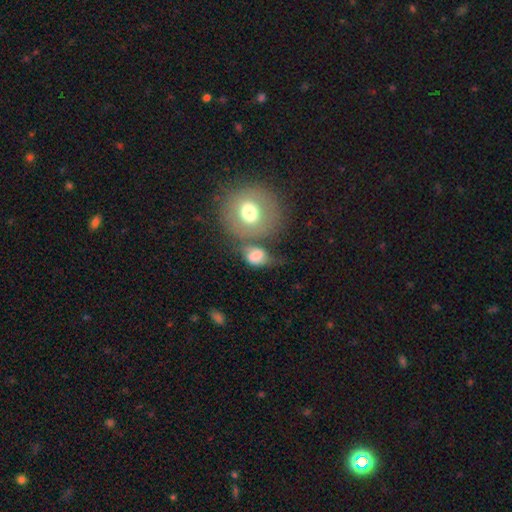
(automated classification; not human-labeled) Smooth or featured? Predicted: smooth (p=0.67). How rounded? Predicted: in between (p=0.61). Merging? Predicted: merger (p=0.35).